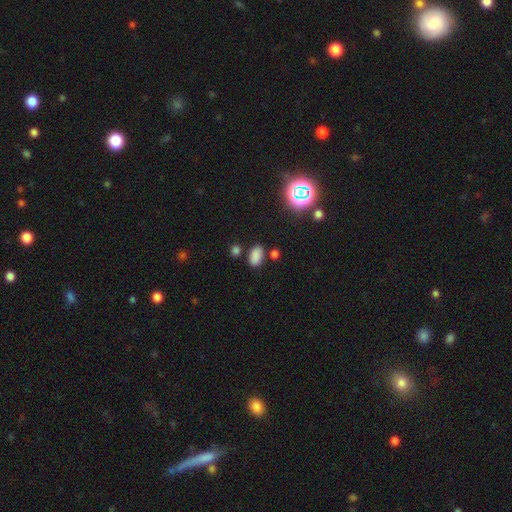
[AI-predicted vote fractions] Q: Smooth or featured?
A: smooth (81%); runner-up: star or artifact (15%)
Q: How rounded?
A: in between (90%); runner-up: round (8%)
Q: Merging?
A: none (78%); runner-up: minor disturbance (11%)